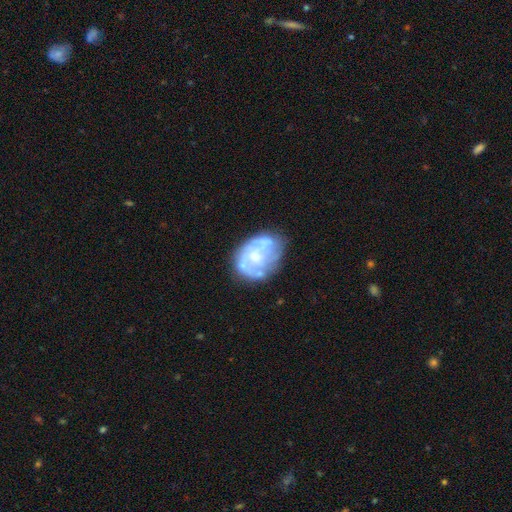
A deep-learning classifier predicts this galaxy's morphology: This appears to be a featured or disk galaxy (70%) with no bar (74%), spiral arms (58%) and a moderate central bulge (46%). Merging: none (54%).